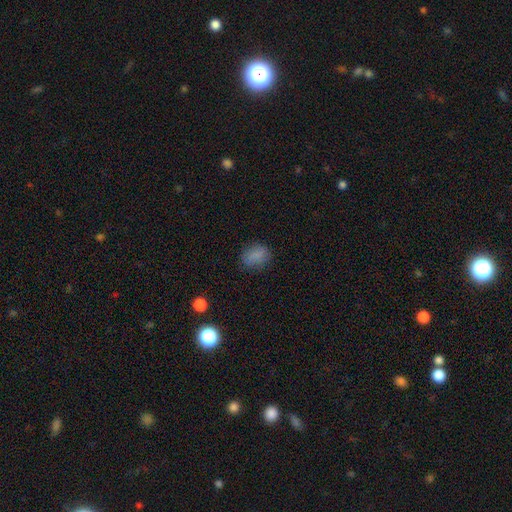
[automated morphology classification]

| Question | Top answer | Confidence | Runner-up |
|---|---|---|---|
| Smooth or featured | smooth | 84% | star or artifact (11%) |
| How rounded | in between | 64% | round (35%) |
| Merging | none | 81% | minor disturbance (14%) |